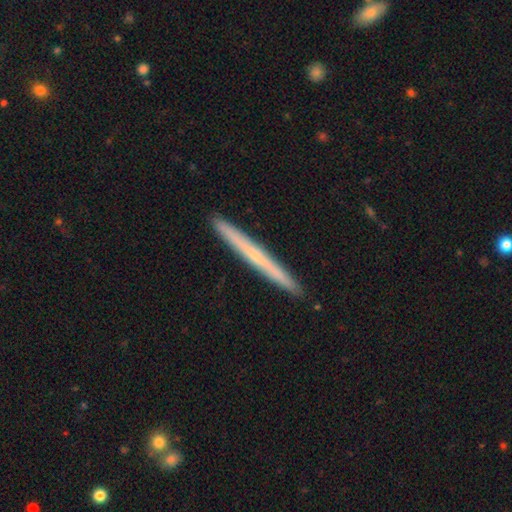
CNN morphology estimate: Smooth or featured?
  - featured or disk: 50% *
  - smooth: 45%
  - star or artifact: 6%
Merging?
  - none: 93% *
  - minor disturbance: 5%
  - major disturbance: 1%
  - merger: 1%